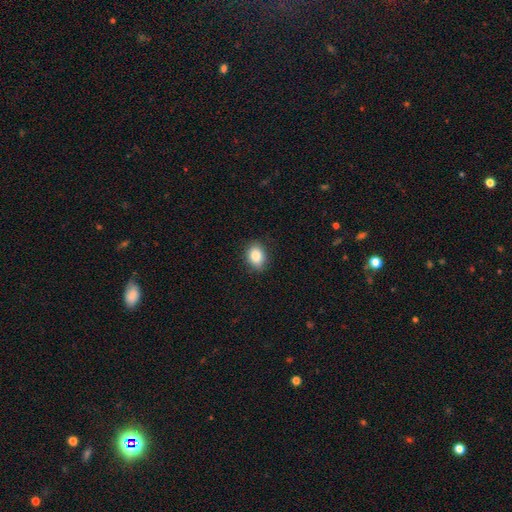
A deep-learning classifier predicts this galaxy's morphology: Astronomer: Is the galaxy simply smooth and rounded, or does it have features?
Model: smooth — 86%.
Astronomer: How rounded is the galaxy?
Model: in between — 68%.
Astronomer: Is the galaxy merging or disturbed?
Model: none — 85%.